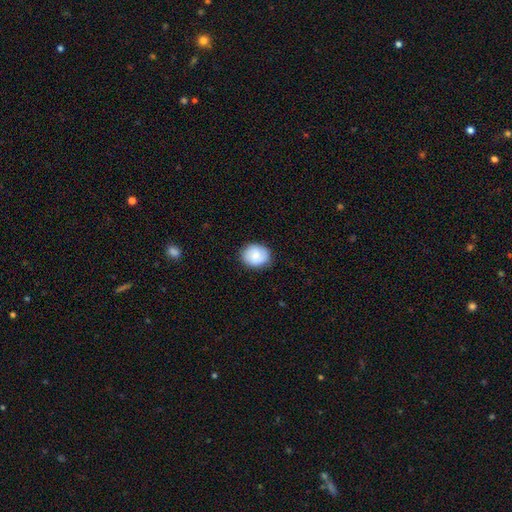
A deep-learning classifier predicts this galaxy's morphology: Smooth or featured? smooth (82%)
How rounded? round (65%)
Merging? none (85%)